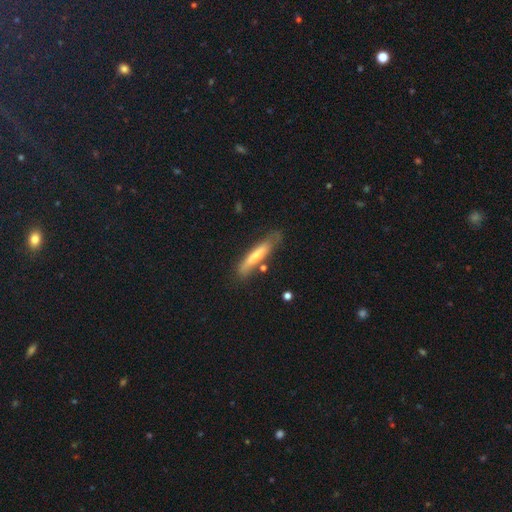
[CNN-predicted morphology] Smooth or featured? smooth (61%)
How rounded? cigar-shaped (89%)
Merging? none (69%)